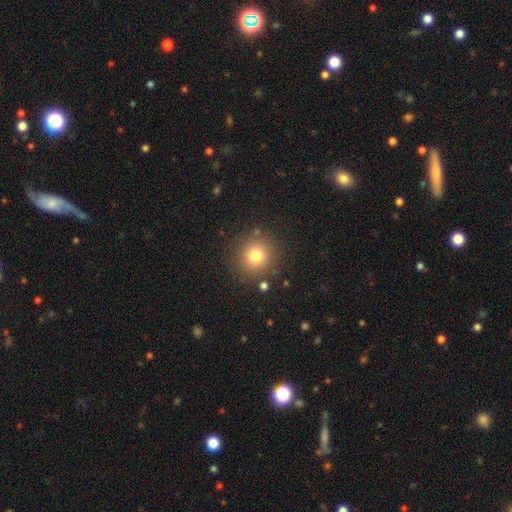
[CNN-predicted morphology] This appears to be a smooth galaxy with no disk features (79%) that is round (93%). Merging: none (86%).